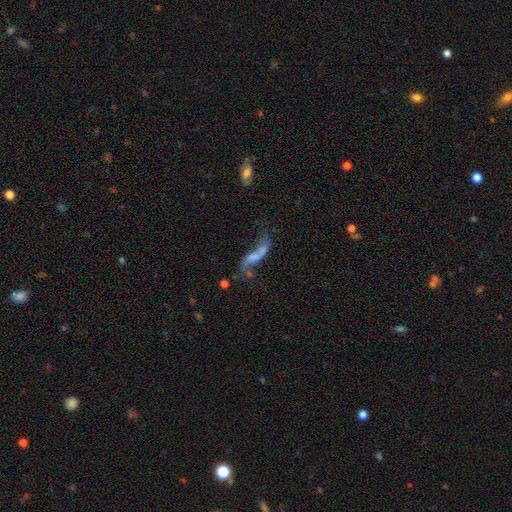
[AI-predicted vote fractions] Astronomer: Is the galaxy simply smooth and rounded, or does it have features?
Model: featured or disk — 65%.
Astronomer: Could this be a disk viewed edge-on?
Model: no — 90%.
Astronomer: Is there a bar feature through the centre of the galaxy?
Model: no — 47% (runner-up: weak, 31%).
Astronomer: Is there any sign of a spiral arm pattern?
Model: yes — 73%.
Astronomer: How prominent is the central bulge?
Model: none — 58%.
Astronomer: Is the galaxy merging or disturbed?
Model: none — 36% (runner-up: major disturbance, 27%).